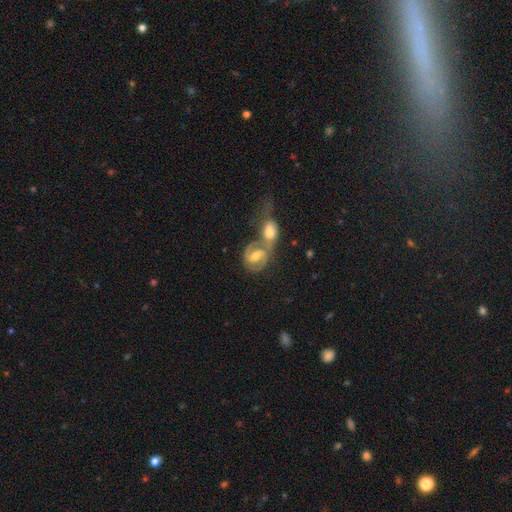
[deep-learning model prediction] Smooth or featured: featured or disk — 77% (smooth — 17%)
Edge-on disk: no — 97% (yes — 3%)
Bar: weak — 50% (no — 29%)
Spiral arms: yes — 93% (no — 7%)
Spiral winding: medium — 45% (tight — 43%)
Spiral arm count: 2 — 85% (can't tell — 8%)
Bulge size: moderate — 67% (small — 24%)
Merging: merger — 57% (none — 28%)